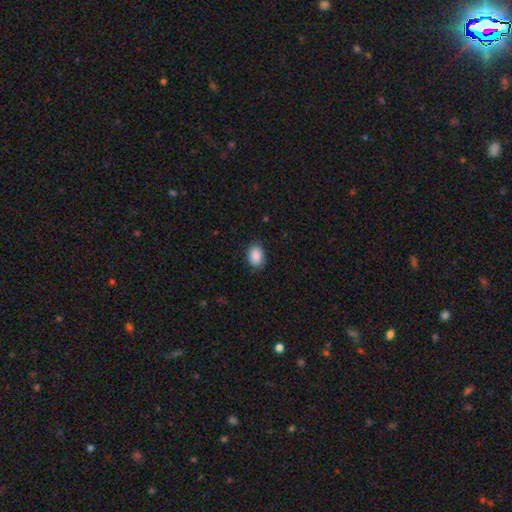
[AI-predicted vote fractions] smooth_or_featured: smooth (p=0.89) [alt: star or artifact p=0.07]
how_rounded: in between (p=0.78) [alt: round p=0.21]
merging: none (p=0.86) [alt: minor disturbance p=0.11]